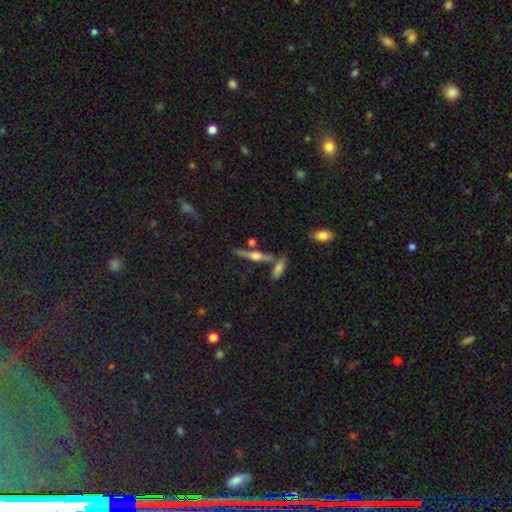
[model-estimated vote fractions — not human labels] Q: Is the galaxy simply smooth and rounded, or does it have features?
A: featured or disk — 72%.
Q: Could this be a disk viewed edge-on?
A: yes — 96%.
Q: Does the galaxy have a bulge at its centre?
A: rounded — 91%.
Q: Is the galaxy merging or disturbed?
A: none — 73%.